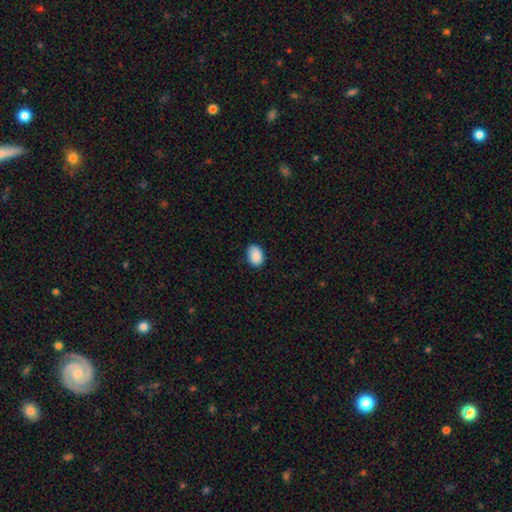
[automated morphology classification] Smooth or featured: smooth — 88% (star or artifact — 7%)
How rounded: in between — 75% (round — 24%)
Merging: none — 79% (minor disturbance — 17%)